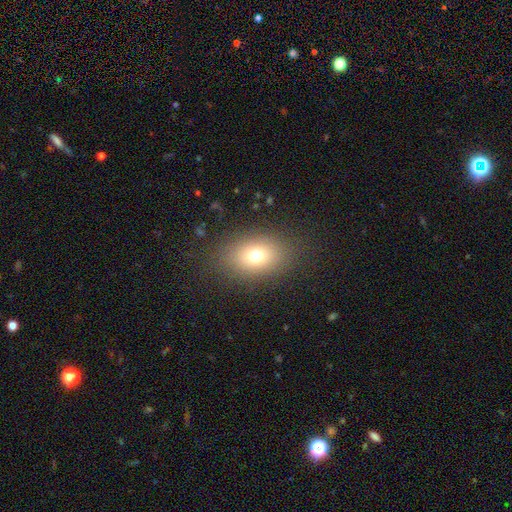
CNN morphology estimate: type=smooth (72%); roundness=in between (70%); merging=none (82%).